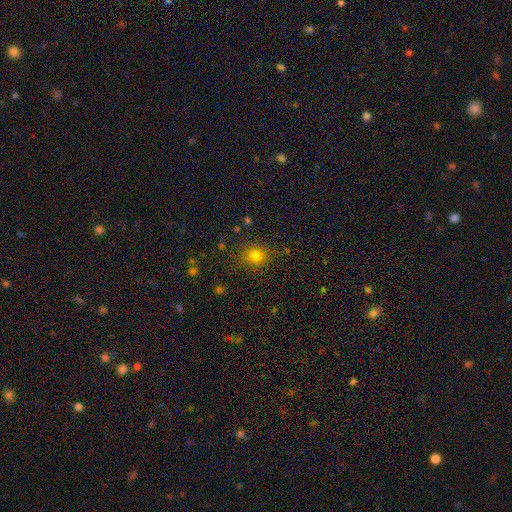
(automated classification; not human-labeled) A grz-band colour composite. It shows a smooth galaxy with no disk features (80%) that is round (77%). Merging: none (84%).